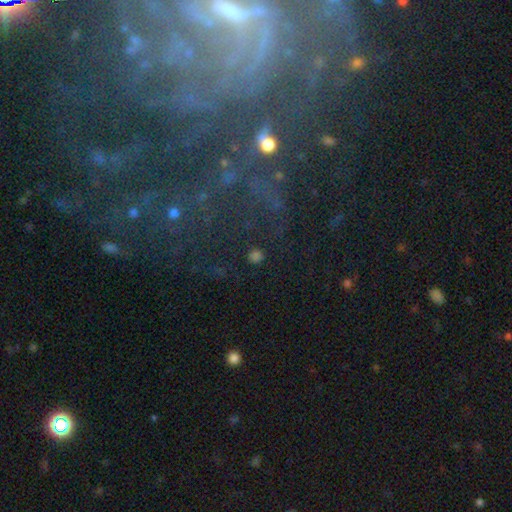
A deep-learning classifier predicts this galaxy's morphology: Smooth or featured? smooth (66%)
How rounded? round (90%)
Merging? none (87%)